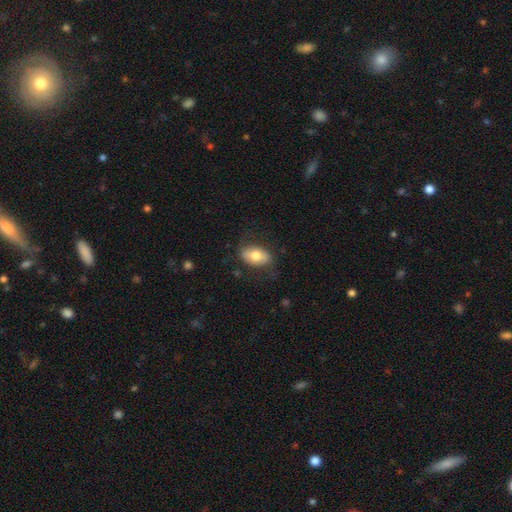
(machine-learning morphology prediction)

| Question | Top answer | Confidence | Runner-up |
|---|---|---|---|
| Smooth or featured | smooth | 71% | featured or disk (23%) |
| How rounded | in between | 89% | round (9%) |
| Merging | none | 72% | minor disturbance (18%) |